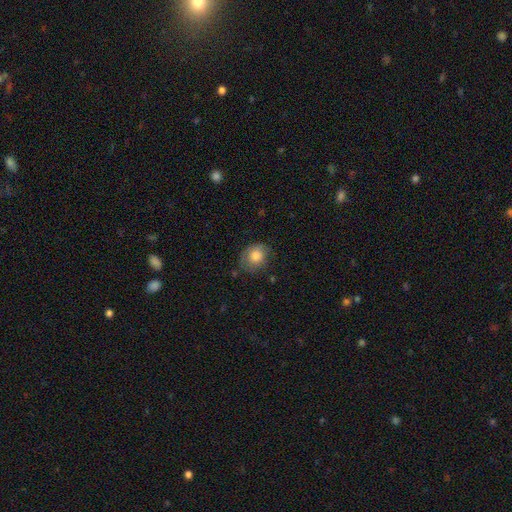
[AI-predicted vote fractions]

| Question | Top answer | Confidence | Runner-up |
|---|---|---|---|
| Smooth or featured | smooth | 78% | featured or disk (14%) |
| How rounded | round | 58% | in between (41%) |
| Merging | none | 63% | minor disturbance (27%) |